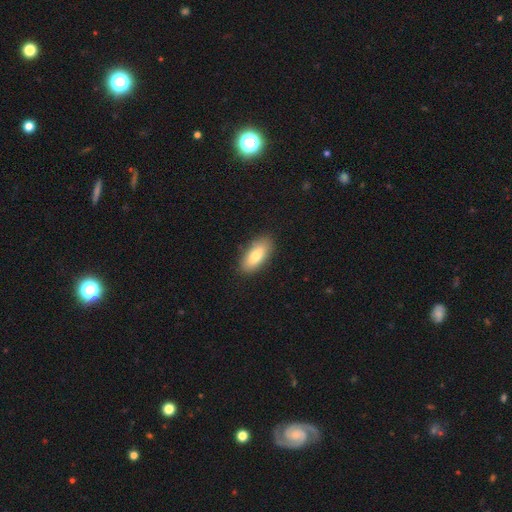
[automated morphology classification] Smooth or featured?
  - smooth: 78% *
  - featured or disk: 15%
  - star or artifact: 7%
How rounded?
  - in between: 85% *
  - cigar-shaped: 12%
  - round: 3%
Merging?
  - none: 86% *
  - minor disturbance: 10%
  - major disturbance: 2%
  - merger: 1%